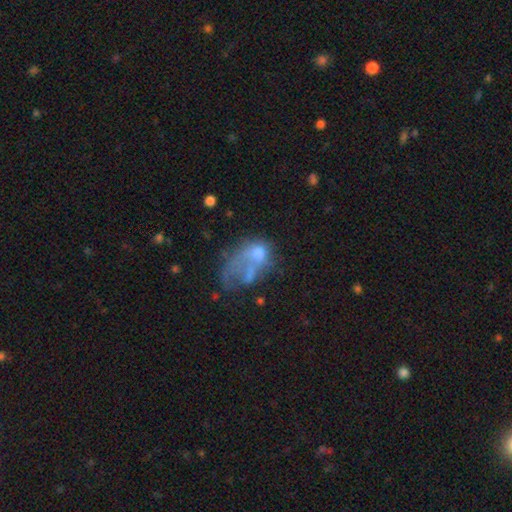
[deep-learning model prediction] Overall: smooth (45%; featured or disk 41%). Merging: major disturbance (51%; none 18%).